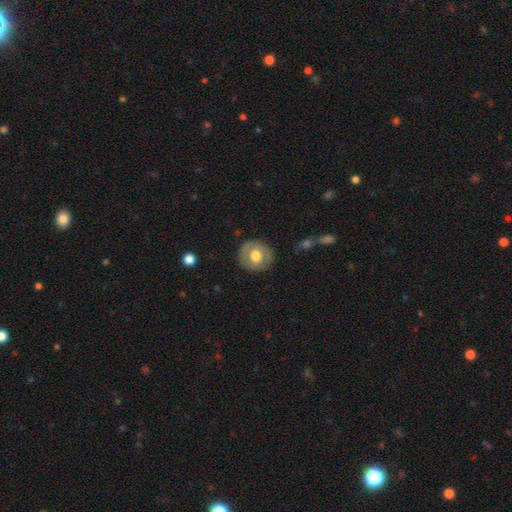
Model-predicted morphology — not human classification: This appears to be a smooth galaxy with no disk features (55%) that is round (85%). Merging: none (84%).